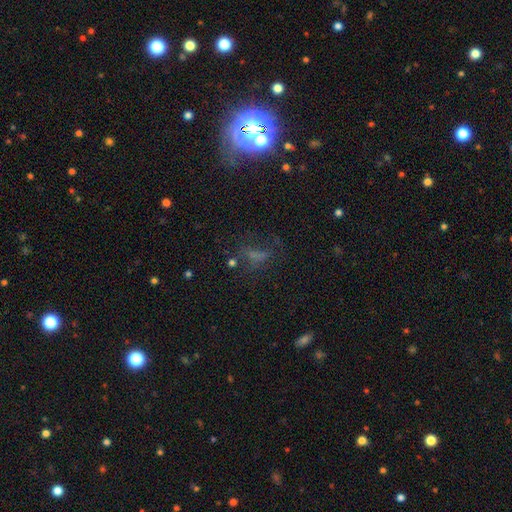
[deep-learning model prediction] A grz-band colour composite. It shows a smooth galaxy with no disk features (44%). Merging: none (50%).